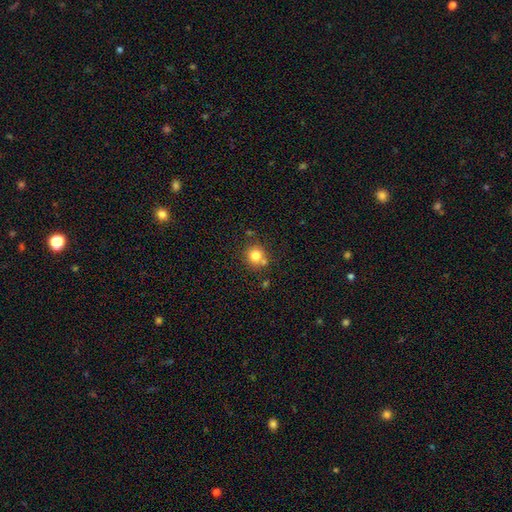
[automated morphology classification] This appears to be a smooth galaxy with no disk features (79%) that is round (89%). Merging: none (69%).